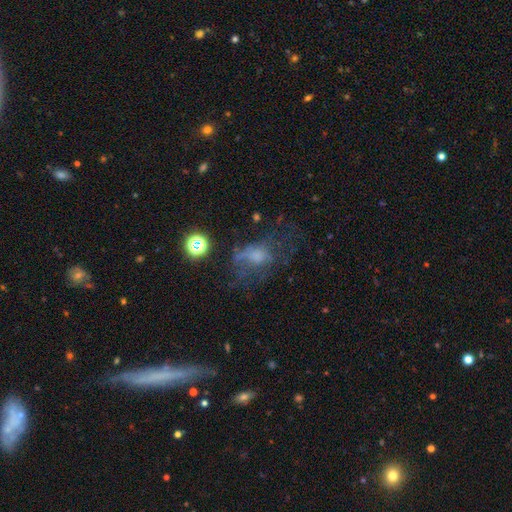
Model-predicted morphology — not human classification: Q: Smooth or featured?
A: smooth (39%); runner-up: featured or disk (38%)
Q: Merging?
A: major disturbance (42%); runner-up: none (34%)